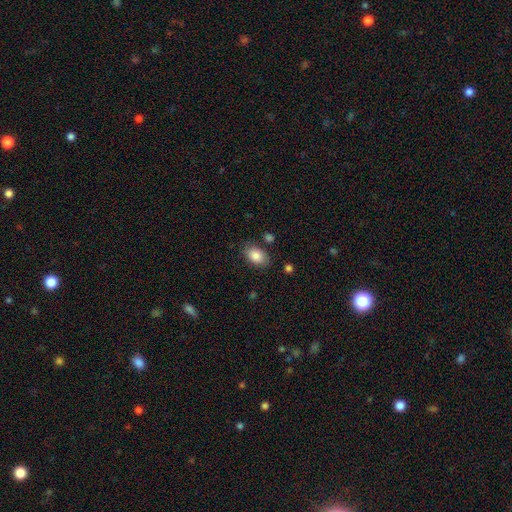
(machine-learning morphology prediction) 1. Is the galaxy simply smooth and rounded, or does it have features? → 86% smooth, 7% star or artifact, 7% featured or disk.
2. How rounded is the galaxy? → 88% in between, 11% round, 1% cigar-shaped.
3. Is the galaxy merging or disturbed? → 80% none, 14% minor disturbance, 3% major disturbance, 3% merger.